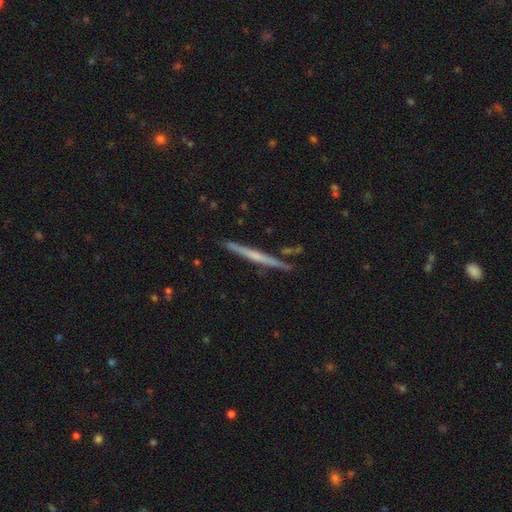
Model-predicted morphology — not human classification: Q: Smooth or featured?
A: featured or disk (62%); runner-up: smooth (32%)
Q: Edge-on disk?
A: yes (98%); runner-up: no (2%)
Q: Edge-on bulge?
A: none (68%); runner-up: rounded (25%)
Q: Merging?
A: none (88%); runner-up: minor disturbance (8%)